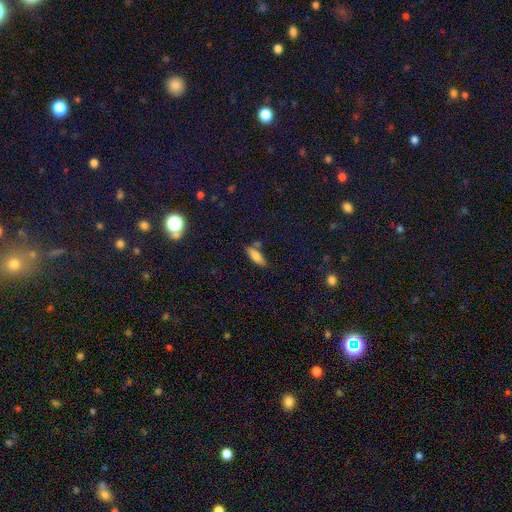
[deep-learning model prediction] Smooth or featured: smooth — 77% (featured or disk — 13%)
How rounded: in between — 63% (cigar-shaped — 34%)
Merging: none — 65% (minor disturbance — 18%)